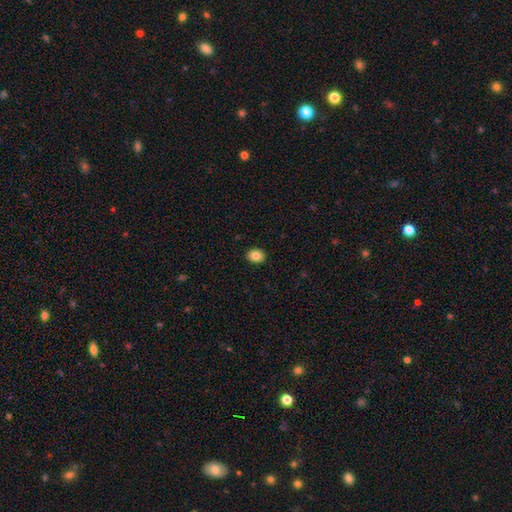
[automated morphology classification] Smooth or featured? smooth (85%)
How rounded? round (50%)
Merging? none (91%)